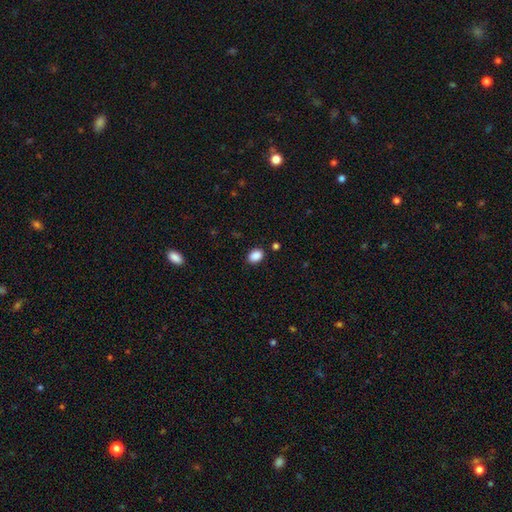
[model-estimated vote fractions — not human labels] Morphology: type=smooth (89%); roundness=in between (78%); merging=none (86%).